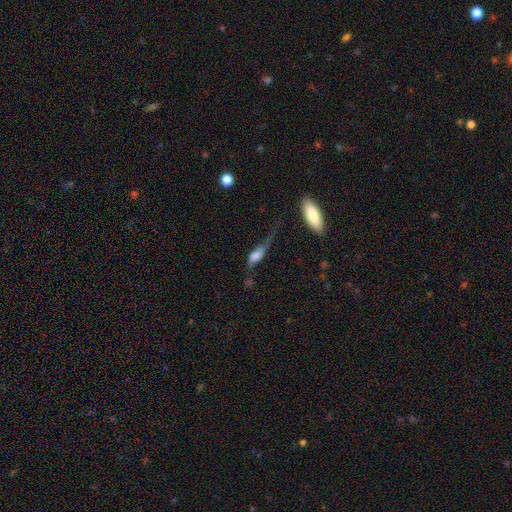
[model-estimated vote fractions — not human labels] Smooth or featured? Predicted: smooth (p=0.60). How rounded? Predicted: in between (p=0.66). Merging? Predicted: major disturbance (p=0.45).